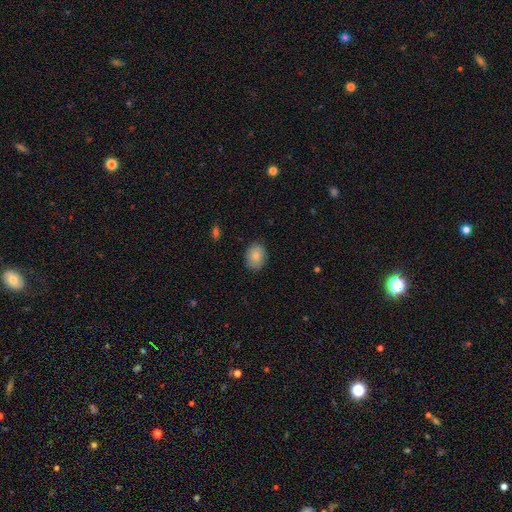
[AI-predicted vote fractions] A smooth galaxy with no disk features (82%) that is in between round and cigar-shaped (57%). Merging: none (85%).